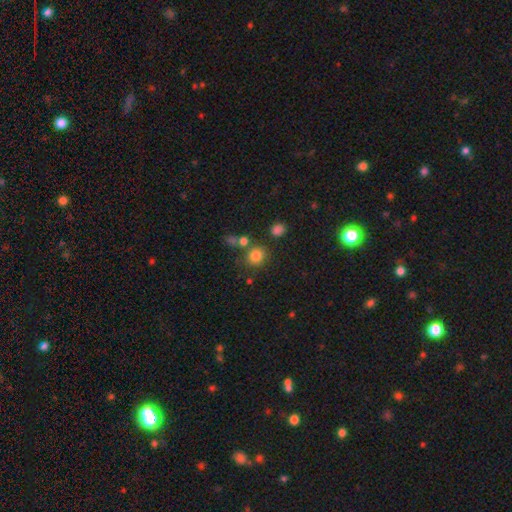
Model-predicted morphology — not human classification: Smooth or featured?
  - smooth: 80% *
  - star or artifact: 14%
  - featured or disk: 6%
How rounded?
  - round: 85% *
  - in between: 14%
  - cigar-shaped: 1%
Merging?
  - none: 73% *
  - merger: 12%
  - minor disturbance: 10%
  - major disturbance: 4%